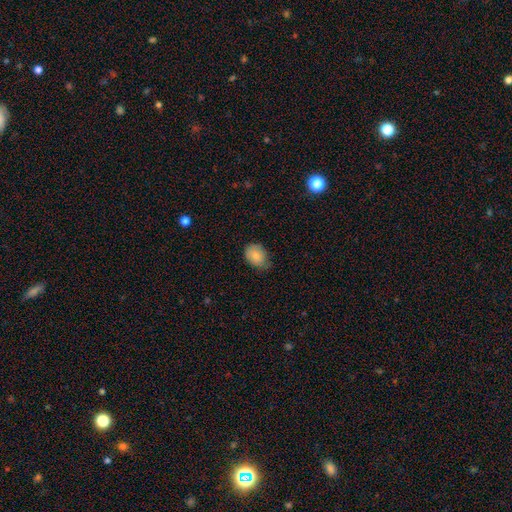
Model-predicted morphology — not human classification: type=smooth (83%); roundness=in between (69%); merging=none (61%).